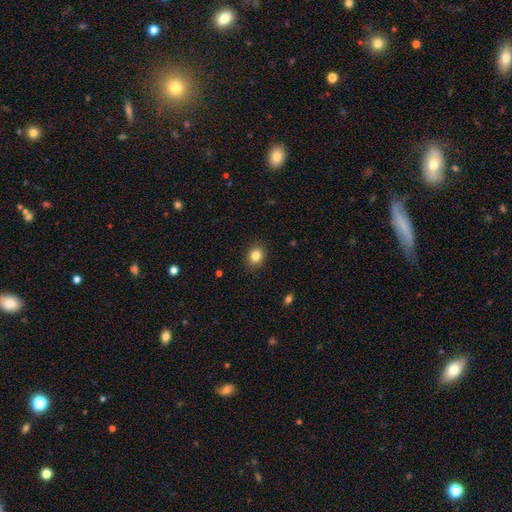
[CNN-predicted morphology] smooth_or_featured: smooth (p=0.84) [alt: star or artifact p=0.11]
how_rounded: round (p=0.69) [alt: in between p=0.30]
merging: none (p=0.89) [alt: minor disturbance p=0.08]